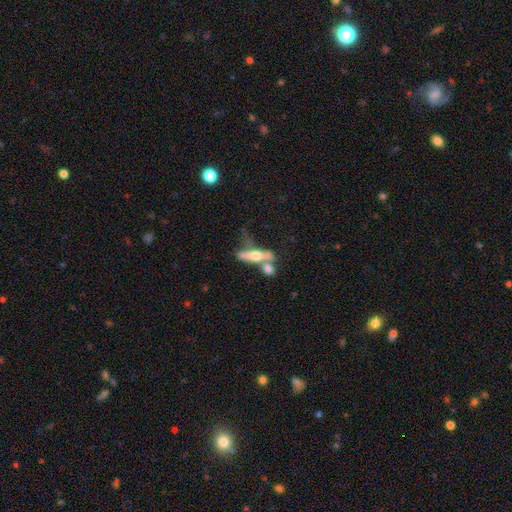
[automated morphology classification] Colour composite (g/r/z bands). It shows a featured or disk galaxy (58%) viewed edge-on (82%). Merging: merger (37%, tied with none).